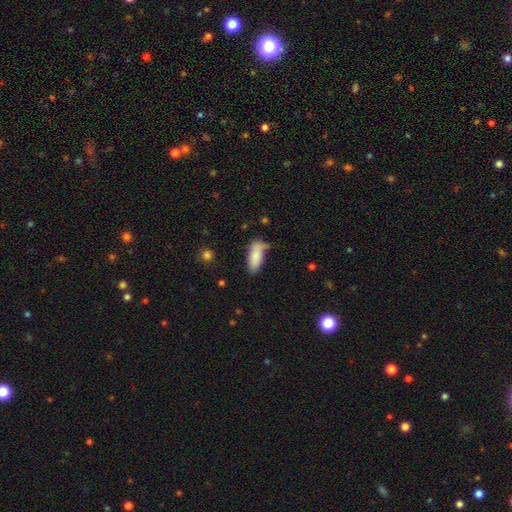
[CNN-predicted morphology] smooth 83%, featured or disk 10%, star or artifact 6%. Down the decision tree: how rounded — in between (83%); merging — none (52%).